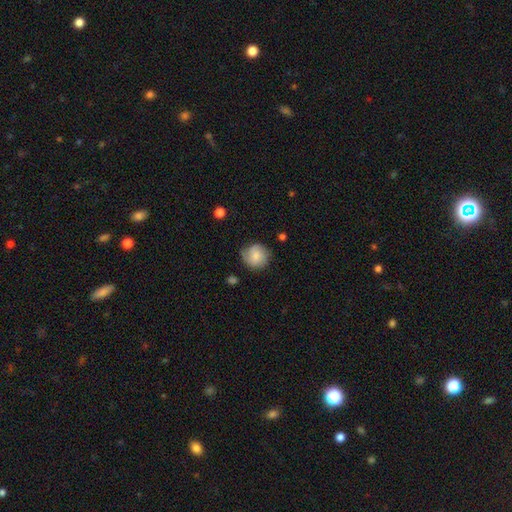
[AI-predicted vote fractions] Smooth or featured?
  - smooth: 66% *
  - featured or disk: 27%
  - star or artifact: 7%
How rounded?
  - round: 88% *
  - in between: 11%
  - cigar-shaped: 1%
Merging?
  - none: 69% *
  - minor disturbance: 23%
  - major disturbance: 6%
  - merger: 2%